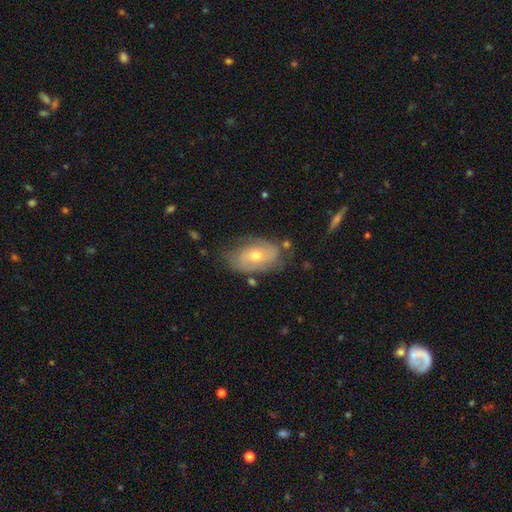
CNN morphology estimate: This appears to be a featured or disk galaxy (53%). Merging: none (65%).